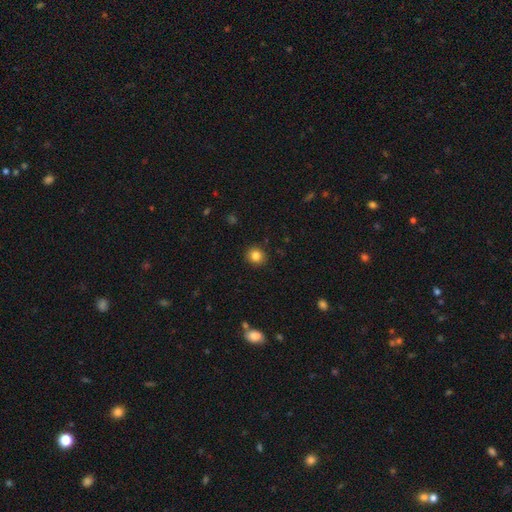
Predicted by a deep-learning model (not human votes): Smooth or featured?
  - smooth: 83% *
  - star or artifact: 11%
  - featured or disk: 6%
How rounded?
  - round: 87% *
  - in between: 12%
  - cigar-shaped: 1%
Merging?
  - none: 91% *
  - minor disturbance: 6%
  - major disturbance: 2%
  - merger: 1%